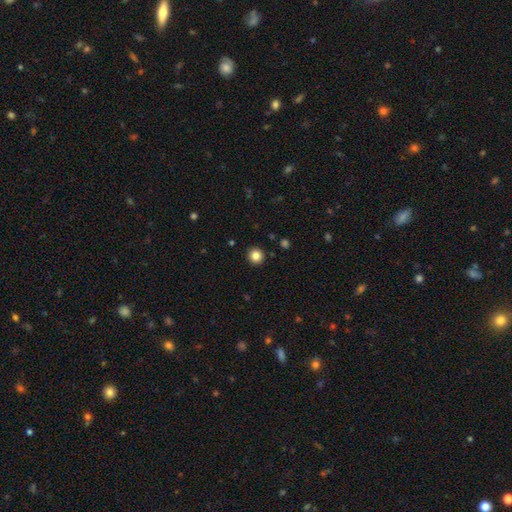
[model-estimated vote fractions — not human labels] smooth_or_featured: smooth (p=0.84) [alt: star or artifact p=0.11]
how_rounded: round (p=0.94) [alt: in between p=0.05]
merging: none (p=0.93) [alt: minor disturbance p=0.05]